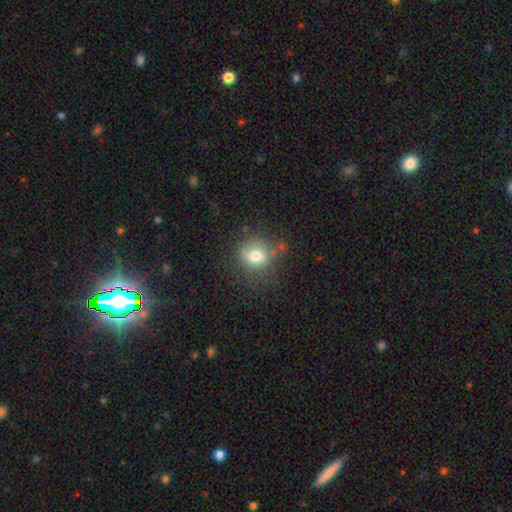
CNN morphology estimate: smooth_or_featured: smooth (p=0.75) [alt: star or artifact p=0.12]
how_rounded: round (p=0.74) [alt: in between p=0.25]
merging: none (p=0.66) [alt: minor disturbance p=0.20]